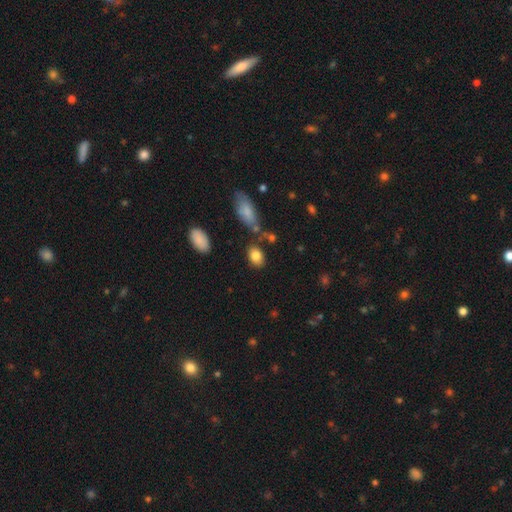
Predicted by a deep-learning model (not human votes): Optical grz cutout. It shows a smooth galaxy with no disk features (83%) that is in between round and cigar-shaped (79%). Merging: none (74%).